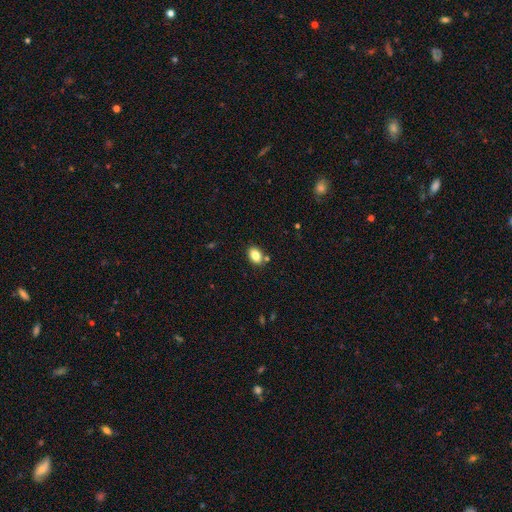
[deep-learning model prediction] Smooth or featured?
  - smooth: 83% *
  - star or artifact: 9%
  - featured or disk: 8%
How rounded?
  - in between: 81% *
  - round: 18%
  - cigar-shaped: 1%
Merging?
  - none: 78% *
  - minor disturbance: 12%
  - merger: 8%
  - major disturbance: 3%